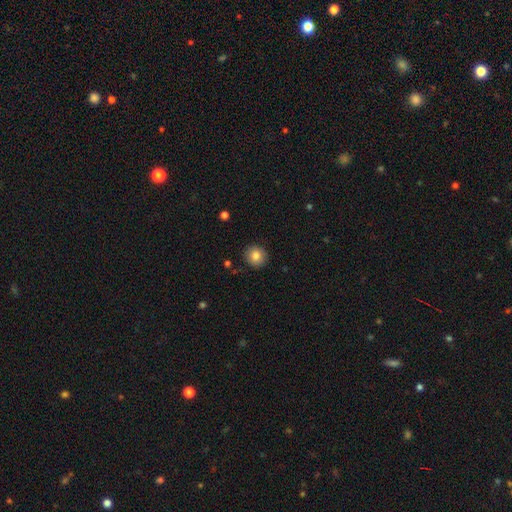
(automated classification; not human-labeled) smooth_or_featured: smooth (p=0.83) [alt: star or artifact p=0.10]
how_rounded: round (p=0.90) [alt: in between p=0.09]
merging: none (p=0.91) [alt: minor disturbance p=0.07]